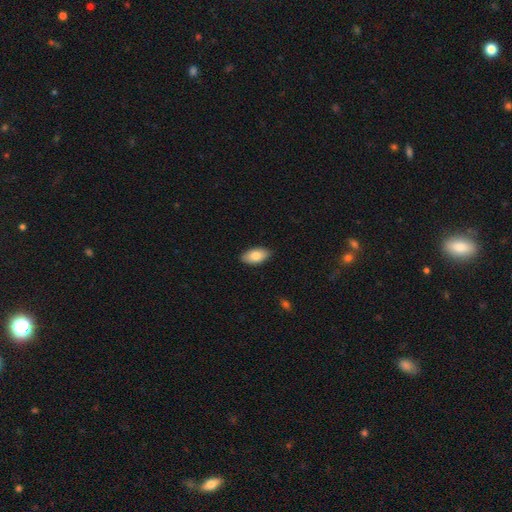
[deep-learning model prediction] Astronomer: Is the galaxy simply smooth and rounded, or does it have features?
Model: smooth — 82%.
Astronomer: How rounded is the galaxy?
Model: in between — 93%.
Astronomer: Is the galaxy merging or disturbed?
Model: none — 88%.